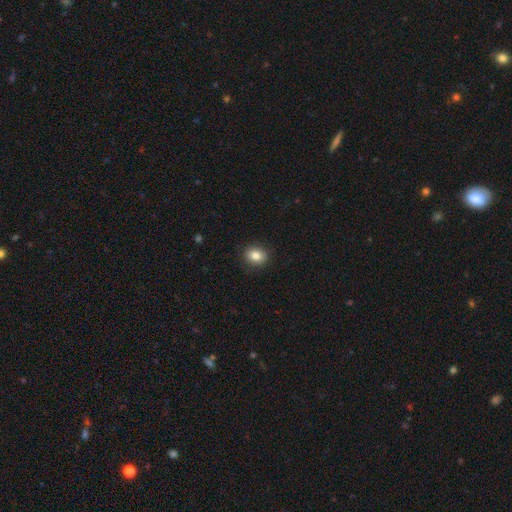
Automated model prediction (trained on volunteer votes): This appears to be a smooth galaxy with no disk features (82%) that is round (61%). Merging: none (89%).